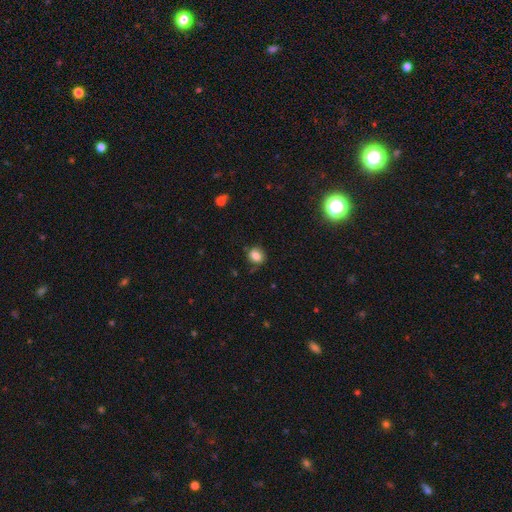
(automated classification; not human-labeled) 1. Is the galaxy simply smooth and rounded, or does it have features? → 81% smooth, 11% star or artifact, 8% featured or disk.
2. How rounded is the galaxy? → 67% round, 32% in between, 1% cigar-shaped.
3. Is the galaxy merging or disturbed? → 74% none, 19% minor disturbance, 5% major disturbance, 3% merger.